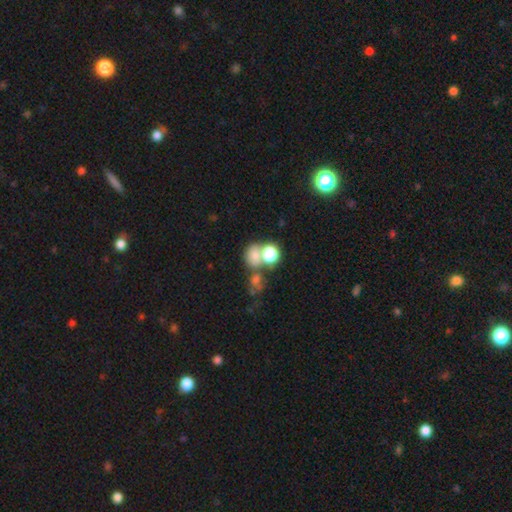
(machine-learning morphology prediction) This is likely a smooth galaxy (68%). How rounded: possibly round (58%). Merging: possibly merger (49%).